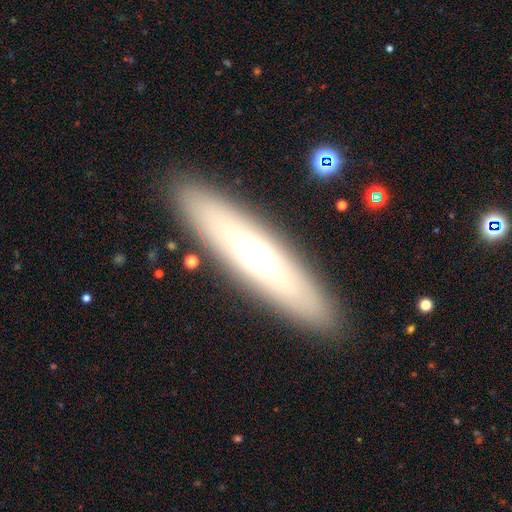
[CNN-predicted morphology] The model was most divided on "smooth or featured": smooth: 49%, featured or disk: 43%, star or artifact: 8%. More confident: merging — none (88%).